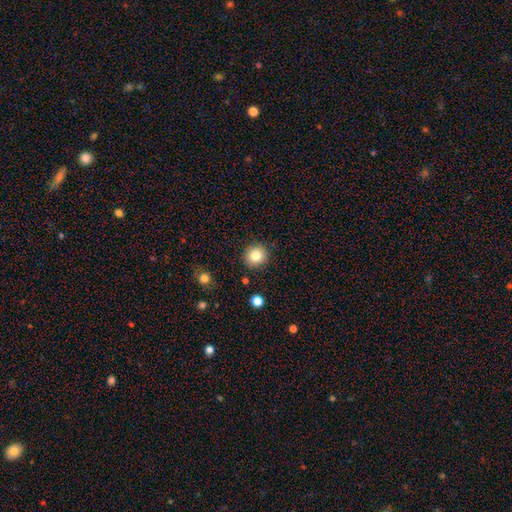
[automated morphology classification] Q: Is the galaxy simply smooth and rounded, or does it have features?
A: smooth — 82%.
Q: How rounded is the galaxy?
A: round — 91%.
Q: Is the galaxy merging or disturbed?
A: none — 90%.